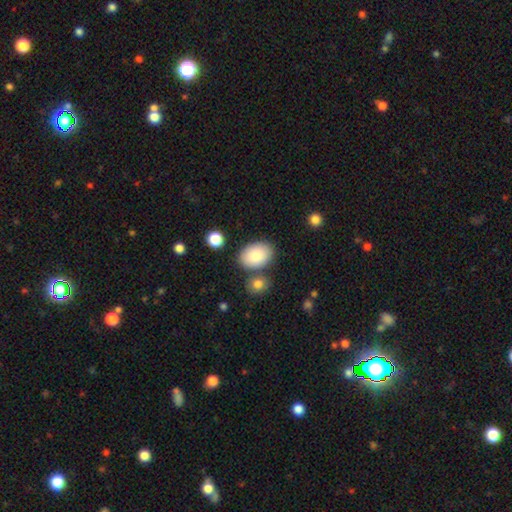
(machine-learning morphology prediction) A smooth galaxy with no disk features (85%) that is in between round and cigar-shaped (88%).

Vote fractions:
- Smooth or featured? smooth: 85% / featured or disk: 9% / star or artifact: 7%
- How rounded? in between: 88% / round: 11% / cigar-shaped: 1%
- Merging? none: 76% / minor disturbance: 12% / merger: 10% / major disturbance: 3%